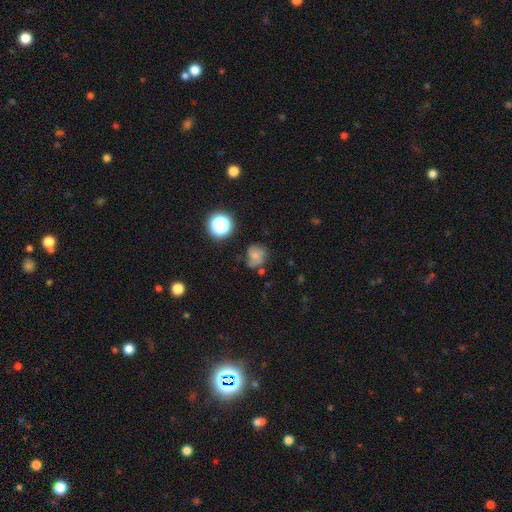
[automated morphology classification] smooth_or_featured: smooth (p=0.54) [alt: featured or disk p=0.29]
how_rounded: round (p=0.74) [alt: in between p=0.24]
merging: none (p=0.55) [alt: minor disturbance p=0.26]